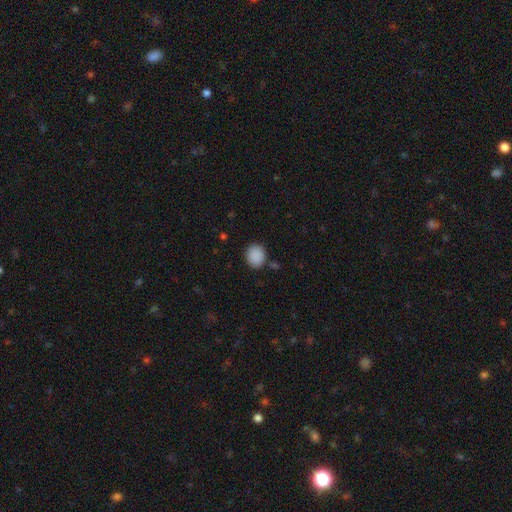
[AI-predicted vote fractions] Q: Smooth or featured?
A: smooth (89%); runner-up: star or artifact (8%)
Q: How rounded?
A: round (62%); runner-up: in between (37%)
Q: Merging?
A: none (84%); runner-up: minor disturbance (10%)